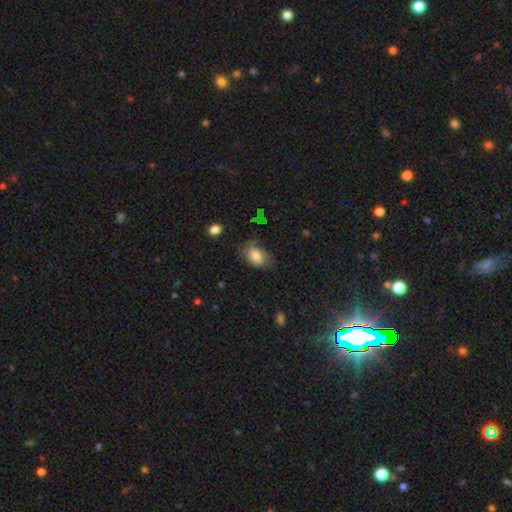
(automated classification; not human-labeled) smooth 78%, featured or disk 14%, star or artifact 8%. Down the decision tree: how rounded — in between (89%); merging — none (54%).